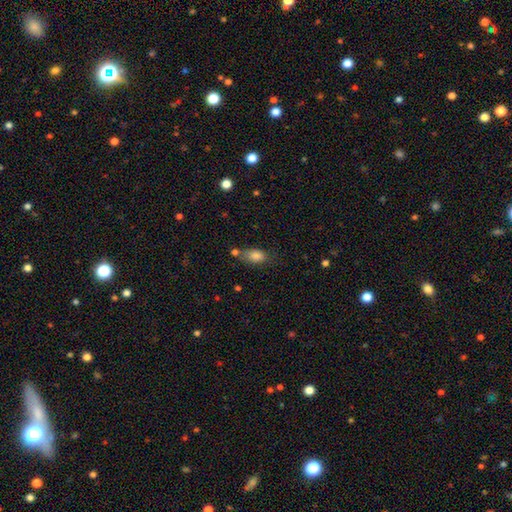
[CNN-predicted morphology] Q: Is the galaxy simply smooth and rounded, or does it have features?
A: smooth — 83%.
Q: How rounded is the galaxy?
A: in between — 87%.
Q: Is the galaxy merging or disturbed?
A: none — 56%.